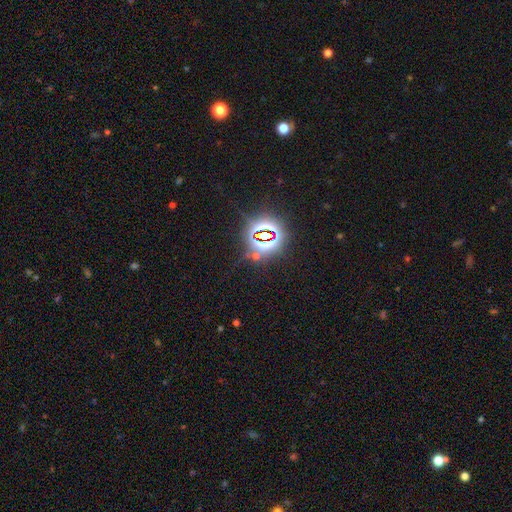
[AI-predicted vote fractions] Overall: star or artifact (82%).